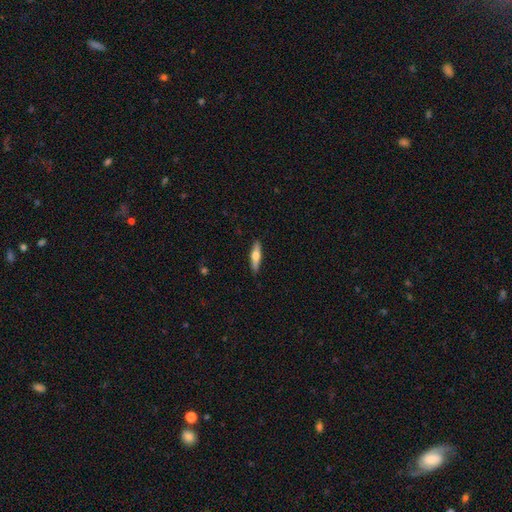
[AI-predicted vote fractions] Q: Smooth or featured?
A: smooth (52%); runner-up: featured or disk (43%)
Q: How rounded?
A: cigar-shaped (76%); runner-up: in between (22%)
Q: Merging?
A: none (89%); runner-up: minor disturbance (8%)